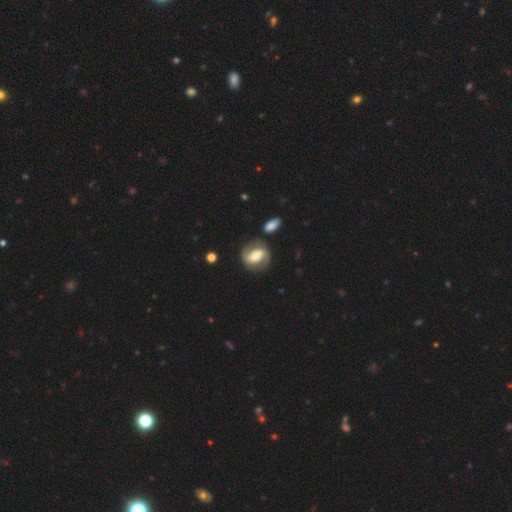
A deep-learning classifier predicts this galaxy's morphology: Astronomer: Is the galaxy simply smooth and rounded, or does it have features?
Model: featured or disk — 72%.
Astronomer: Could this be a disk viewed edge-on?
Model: no — 96%.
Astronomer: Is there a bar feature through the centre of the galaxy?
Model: strong — 45% (runner-up: weak, 37%).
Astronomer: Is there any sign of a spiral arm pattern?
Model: yes — 87%.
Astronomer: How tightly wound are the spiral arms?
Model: medium — 47% (runner-up: tight, 32%).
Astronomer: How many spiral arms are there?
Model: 2 — 89%.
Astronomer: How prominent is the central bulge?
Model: moderate — 53%.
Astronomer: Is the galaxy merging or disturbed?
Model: none — 76%.